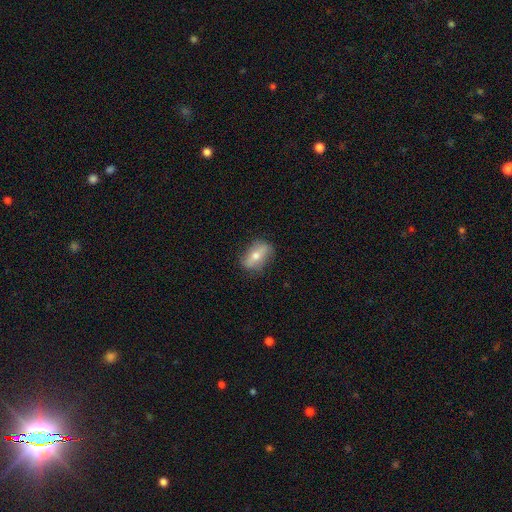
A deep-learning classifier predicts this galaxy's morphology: smooth_or_featured: smooth (p=0.54) [alt: featured or disk p=0.39]
how_rounded: in between (p=0.79) [alt: round p=0.13]
merging: none (p=0.76) [alt: minor disturbance p=0.18]